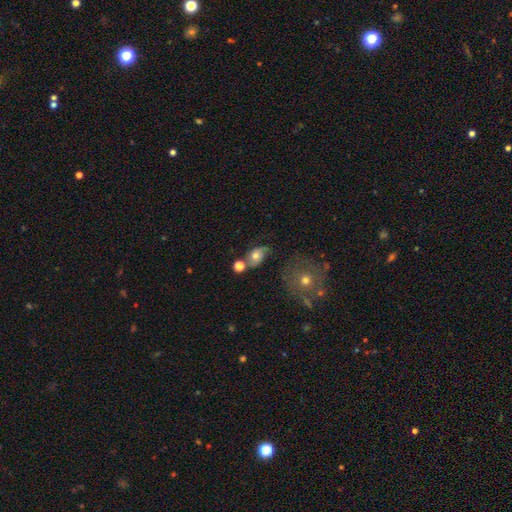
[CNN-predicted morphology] A smooth galaxy with no disk features (54%) that is in between round and cigar-shaped (74%).

Vote fractions:
- Smooth or featured? smooth: 54% / featured or disk: 36% / star or artifact: 10%
- How rounded? in between: 74% / round: 24% / cigar-shaped: 3%
- Merging? none: 53% / minor disturbance: 20% / merger: 16% / major disturbance: 10%